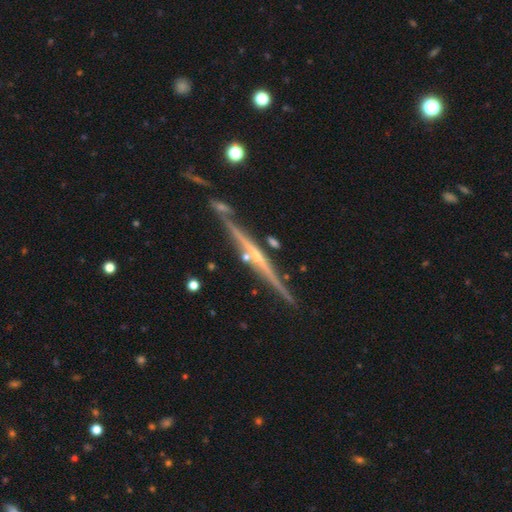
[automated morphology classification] Overall: featured or disk (82%). Edge-on disk: yes (98%). Edge-on bulge: none (46%; rounded 45%). Merging: none (79%).